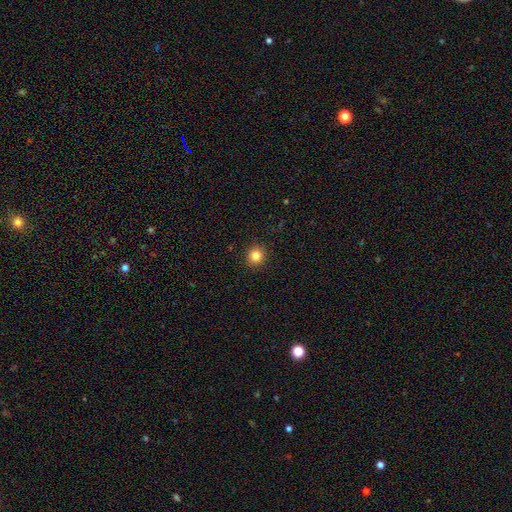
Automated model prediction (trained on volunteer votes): smooth 83%, star or artifact 12%, featured or disk 5%. Down the decision tree: how rounded — round (90%); merging — none (92%).